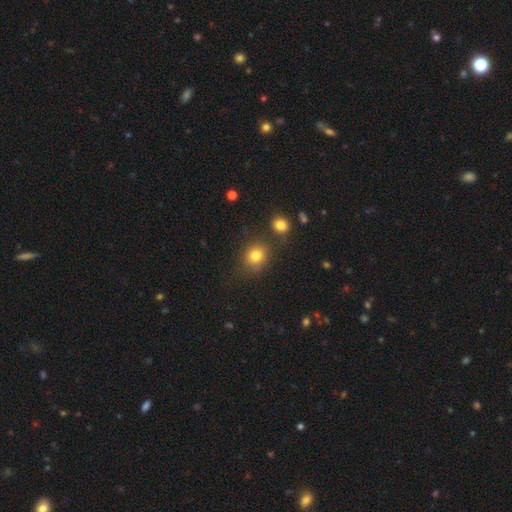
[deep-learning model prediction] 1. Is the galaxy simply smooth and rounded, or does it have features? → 79% smooth, 13% star or artifact, 8% featured or disk.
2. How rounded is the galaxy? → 72% round, 27% in between, 1% cigar-shaped.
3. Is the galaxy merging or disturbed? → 71% none, 14% minor disturbance, 9% merger, 6% major disturbance.